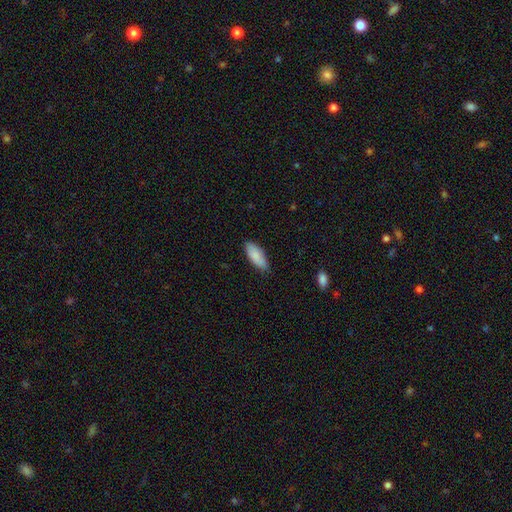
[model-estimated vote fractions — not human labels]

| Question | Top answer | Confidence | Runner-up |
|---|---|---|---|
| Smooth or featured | smooth | 87% | featured or disk (7%) |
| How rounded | in between | 80% | cigar-shaped (19%) |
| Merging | none | 80% | minor disturbance (17%) |